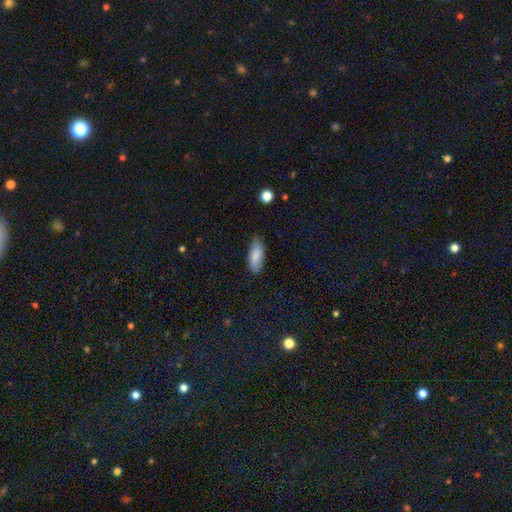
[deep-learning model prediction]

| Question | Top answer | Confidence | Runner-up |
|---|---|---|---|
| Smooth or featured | smooth | 84% | featured or disk (10%) |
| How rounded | in between | 82% | cigar-shaped (16%) |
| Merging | none | 79% | minor disturbance (17%) |